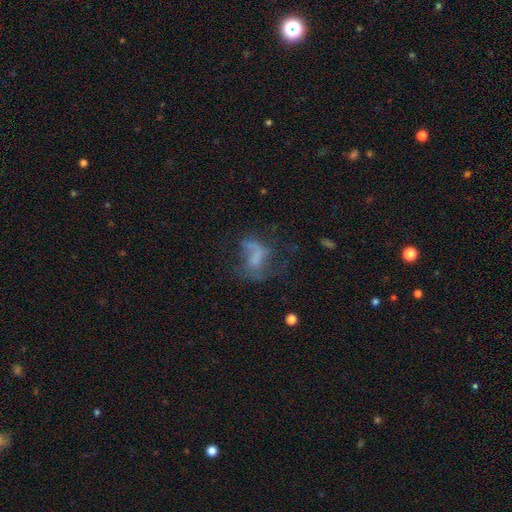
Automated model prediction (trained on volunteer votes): A featured or disk galaxy (48%). Merging: major disturbance (42%).